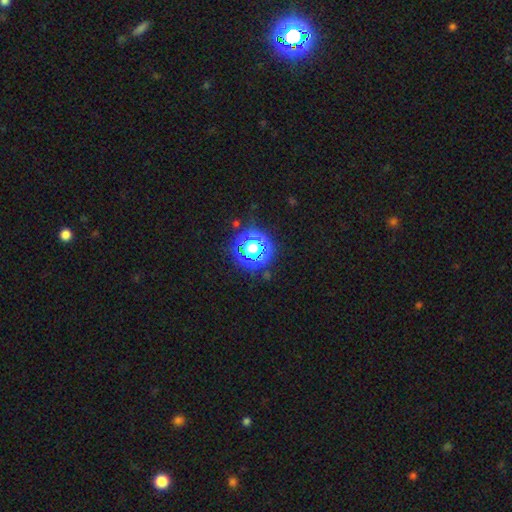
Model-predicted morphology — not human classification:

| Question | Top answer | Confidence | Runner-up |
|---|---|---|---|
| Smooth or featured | star or artifact | 78% | smooth (16%) |